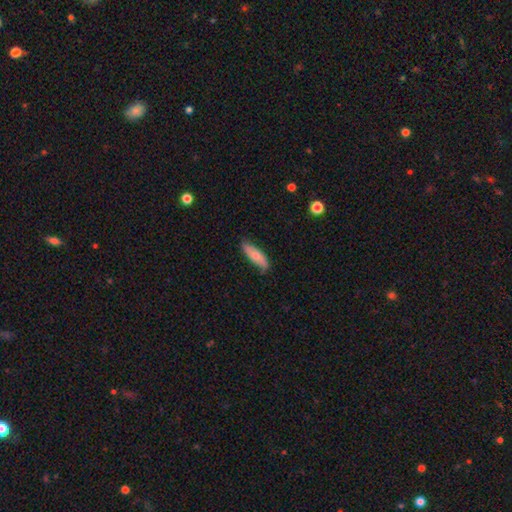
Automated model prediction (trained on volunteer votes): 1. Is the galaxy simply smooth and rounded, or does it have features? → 67% smooth, 28% featured or disk, 5% star or artifact.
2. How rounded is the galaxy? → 49% cigar-shaped, 48% in between, 2% round.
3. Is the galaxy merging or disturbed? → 76% none, 20% minor disturbance, 3% major disturbance, 1% merger.